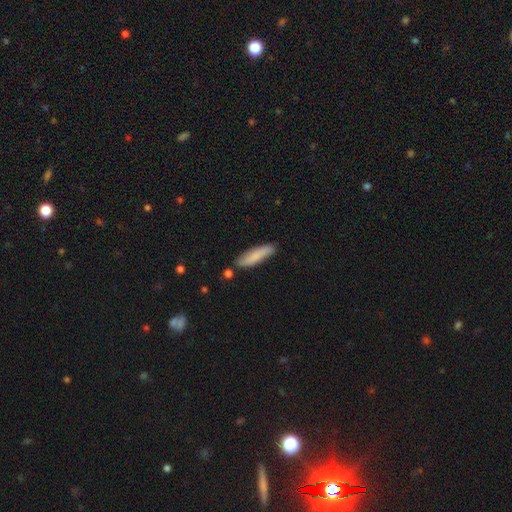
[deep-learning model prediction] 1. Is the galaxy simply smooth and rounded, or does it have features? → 77% smooth, 17% featured or disk, 6% star or artifact.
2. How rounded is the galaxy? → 77% cigar-shaped, 21% in between, 2% round.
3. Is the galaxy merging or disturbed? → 80% none, 14% minor disturbance, 3% merger, 3% major disturbance.